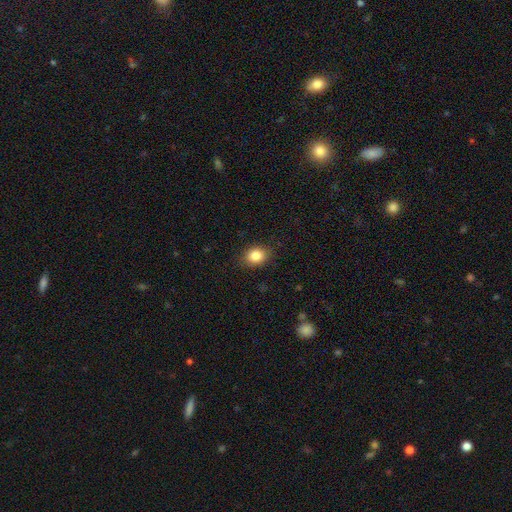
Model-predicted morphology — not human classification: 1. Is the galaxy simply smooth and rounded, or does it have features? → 85% smooth, 10% star or artifact, 5% featured or disk.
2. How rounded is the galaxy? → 50% in between, 49% round, 1% cigar-shaped.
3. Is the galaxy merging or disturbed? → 87% none, 10% minor disturbance, 3% major disturbance, 1% merger.